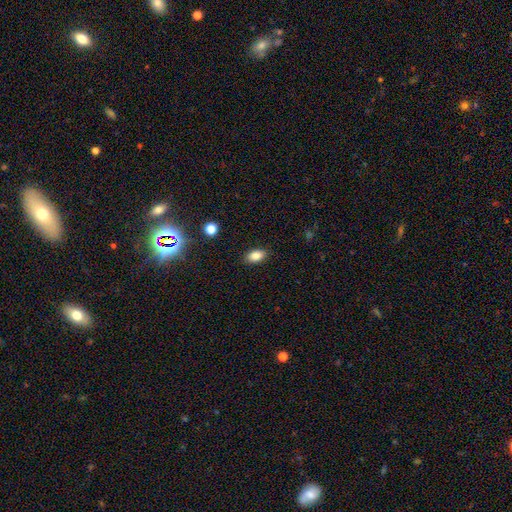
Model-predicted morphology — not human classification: Smooth or featured? Predicted: smooth (p=0.85). How rounded? Predicted: in between (p=0.90). Merging? Predicted: none (p=0.88).